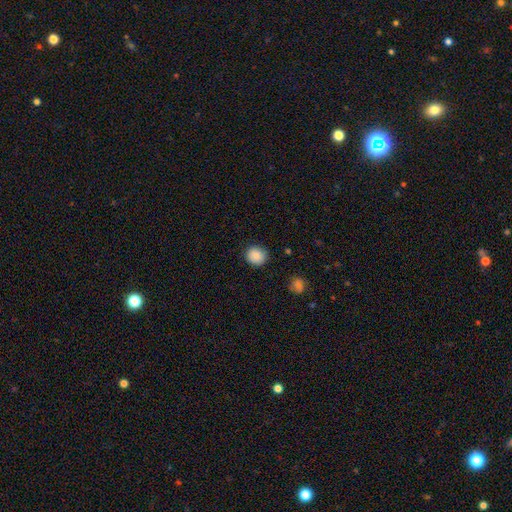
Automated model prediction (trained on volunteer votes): Overall: smooth (87%). How rounded: round (85%). Merging: none (88%).